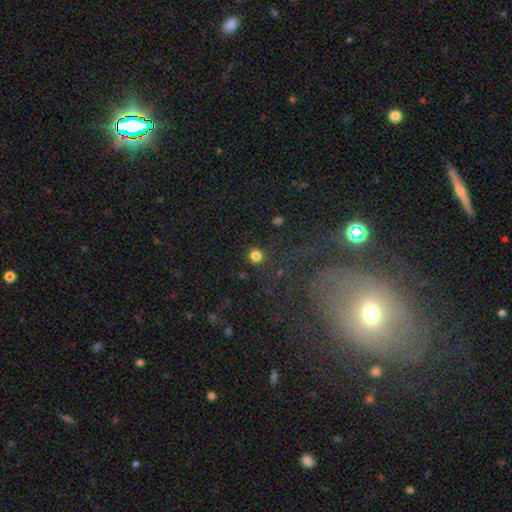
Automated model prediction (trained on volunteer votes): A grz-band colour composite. It shows a smooth galaxy with no disk features (80%) that is round (95%). Merging: none (89%).